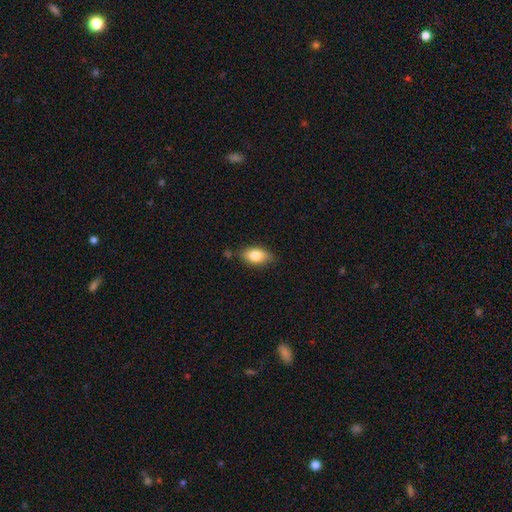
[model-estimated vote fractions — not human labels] Smooth or featured: smooth — 81% (featured or disk — 12%)
How rounded: in between — 89% (round — 6%)
Merging: none — 77% (minor disturbance — 17%)